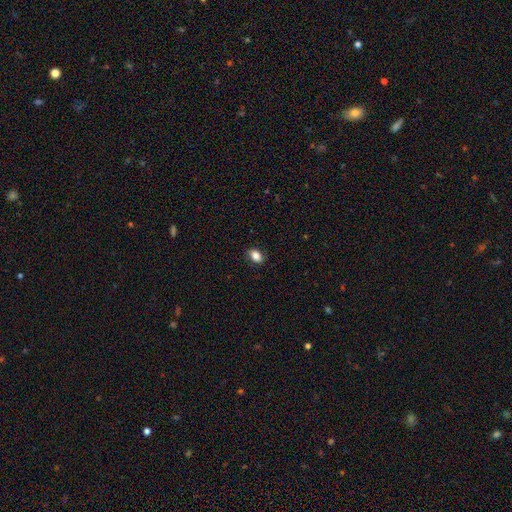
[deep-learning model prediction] Q: Smooth or featured?
A: smooth (85%); runner-up: star or artifact (9%)
Q: How rounded?
A: in between (77%); runner-up: round (21%)
Q: Merging?
A: none (86%); runner-up: minor disturbance (11%)